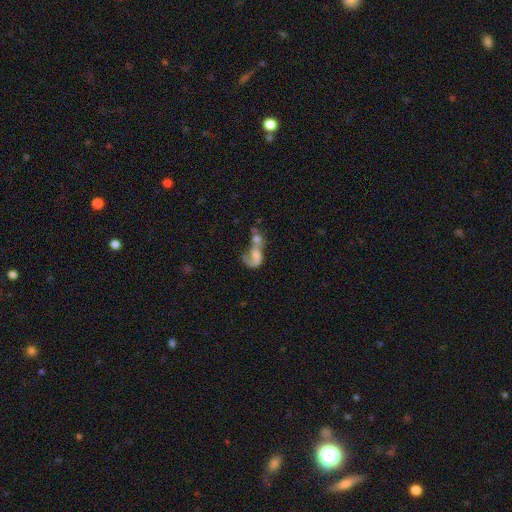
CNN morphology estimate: smooth-or-featured: featured or disk: 50% | smooth: 39% | star or artifact: 12%
  merging: merger: 62% | major disturbance: 19% | none: 12% | minor disturbance: 6%